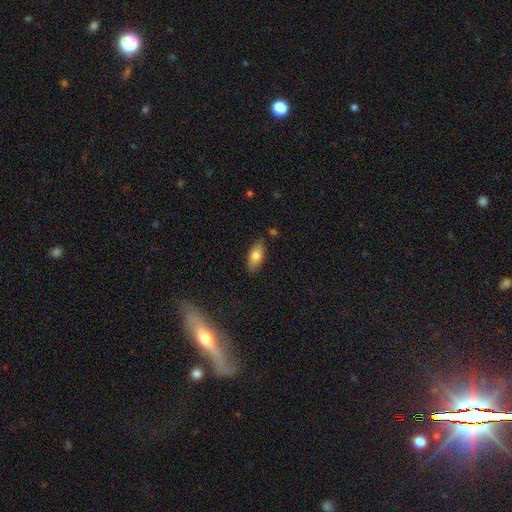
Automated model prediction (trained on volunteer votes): smooth-or-featured: smooth: 76% | featured or disk: 16% | star or artifact: 7%
  how-rounded: in between: 85% | cigar-shaped: 11% | round: 3%
  merging: none: 83% | minor disturbance: 12% | major disturbance: 2% | merger: 2%